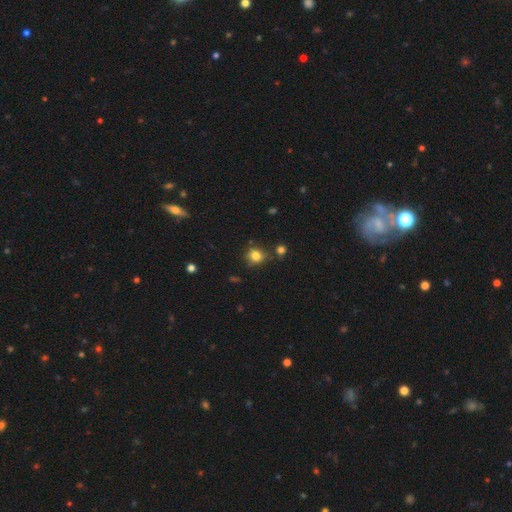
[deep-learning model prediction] Q: Smooth or featured?
A: smooth (80%); runner-up: star or artifact (13%)
Q: How rounded?
A: round (77%); runner-up: in between (22%)
Q: Merging?
A: none (71%); runner-up: minor disturbance (17%)